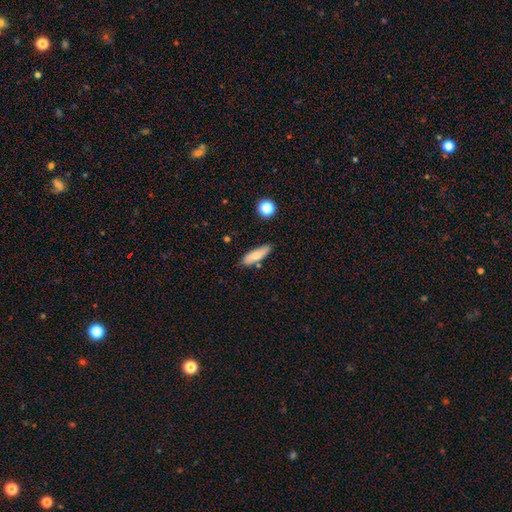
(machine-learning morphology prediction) Smooth or featured?
  - smooth: 75% *
  - featured or disk: 18%
  - star or artifact: 7%
How rounded?
  - cigar-shaped: 52% *
  - in between: 46%
  - round: 3%
Merging?
  - none: 79% *
  - minor disturbance: 13%
  - merger: 5%
  - major disturbance: 2%